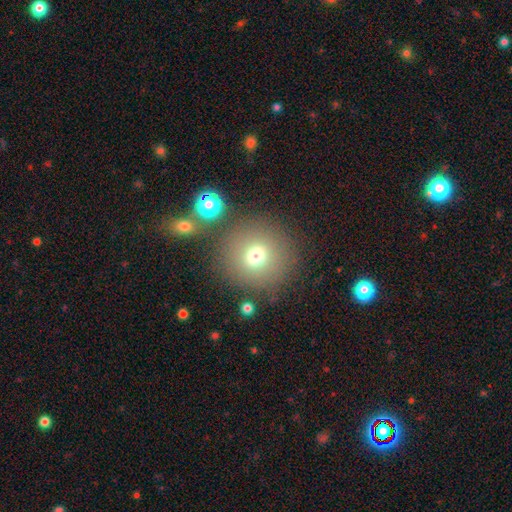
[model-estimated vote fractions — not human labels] Overall: smooth (72%). How rounded: round (94%). Merging: none (80%).